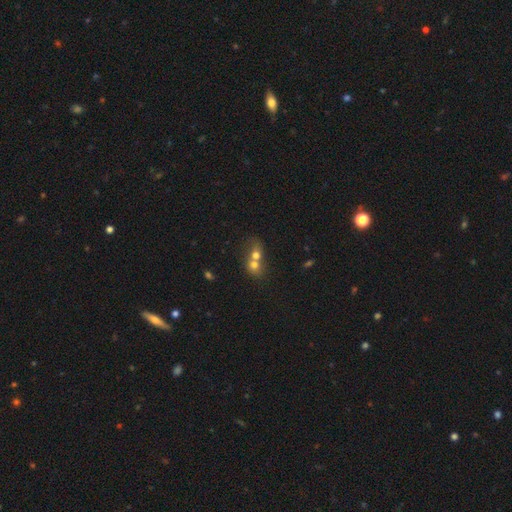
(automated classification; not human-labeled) Smooth or featured: smooth — 65% (featured or disk — 23%)
How rounded: round — 60% (in between — 39%)
Merging: merger — 76% (none — 16%)